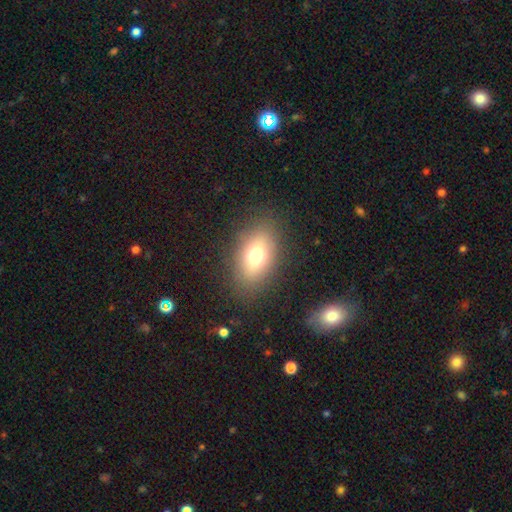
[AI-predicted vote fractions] smooth-or-featured: smooth: 72% | featured or disk: 17% | star or artifact: 11%
  how-rounded: in between: 84% | round: 13% | cigar-shaped: 4%
  merging: none: 84% | minor disturbance: 10% | major disturbance: 5% | merger: 1%